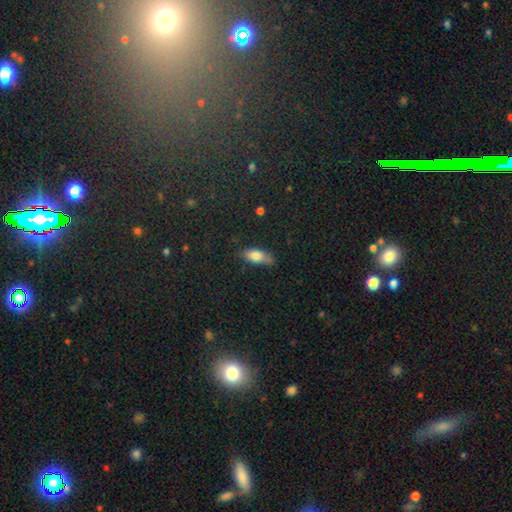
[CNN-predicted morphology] type=smooth (77%); roundness=in between (81%); merging=none (66%).